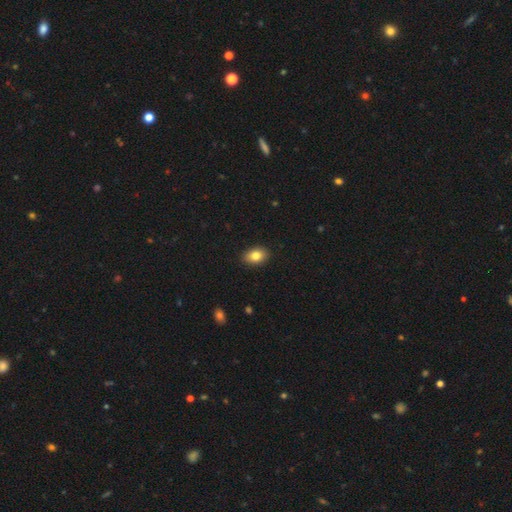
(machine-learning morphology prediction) Smooth or featured: smooth — 83% (featured or disk — 9%)
How rounded: in between — 83% (round — 16%)
Merging: none — 89% (minor disturbance — 8%)